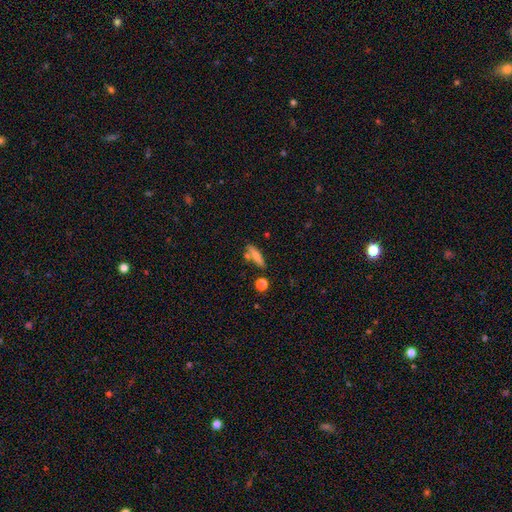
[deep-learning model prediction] The model was most divided on "merging": none: 67%, minor disturbance: 16%, merger: 13%, major disturbance: 5%. More confident: how rounded — cigar-shaped (75%); smooth or featured — smooth (71%).